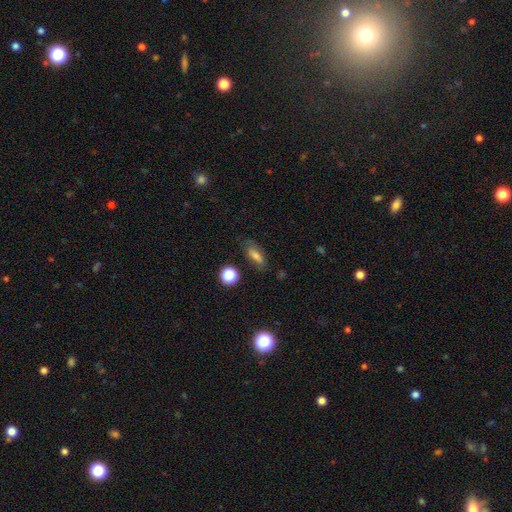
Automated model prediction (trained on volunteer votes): The model was most divided on "how rounded": in between: 64%, cigar-shaped: 28%, round: 8%. More confident: smooth or featured — smooth (73%); merging — none (72%).